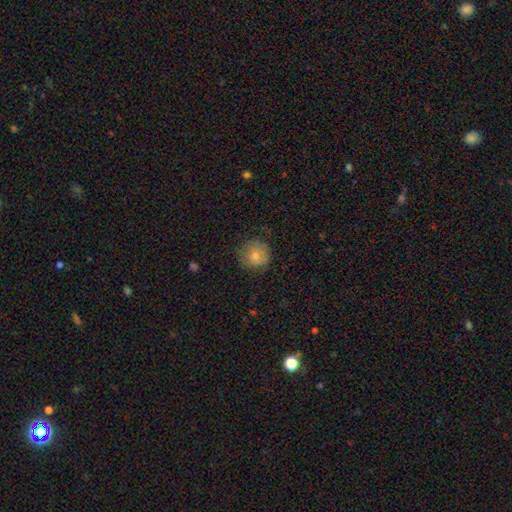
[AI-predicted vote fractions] A smooth galaxy with no disk features (78%) that is round (91%).

Vote fractions:
- Smooth or featured? smooth: 78% / featured or disk: 14% / star or artifact: 9%
- How rounded? round: 91% / in between: 8% / cigar-shaped: 1%
- Merging? none: 76% / minor disturbance: 18% / major disturbance: 6% / merger: 1%